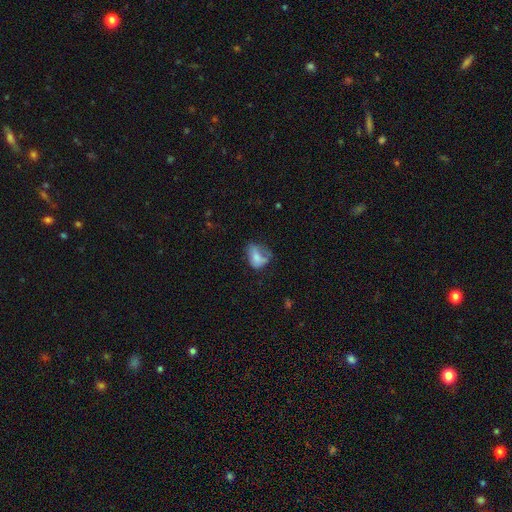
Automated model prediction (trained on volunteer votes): This is likely a smooth galaxy (64%). How rounded: likely in between (70%). Merging: marginally none (30%, tied with minor disturbance).